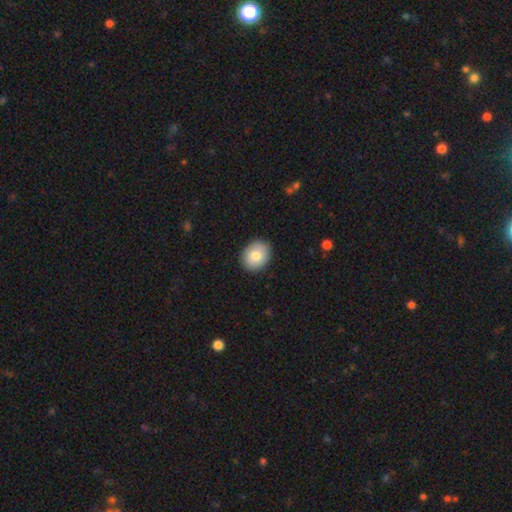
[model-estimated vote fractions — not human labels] Morphology: type=smooth (81%); roundness=round (54%); merging=none (88%).